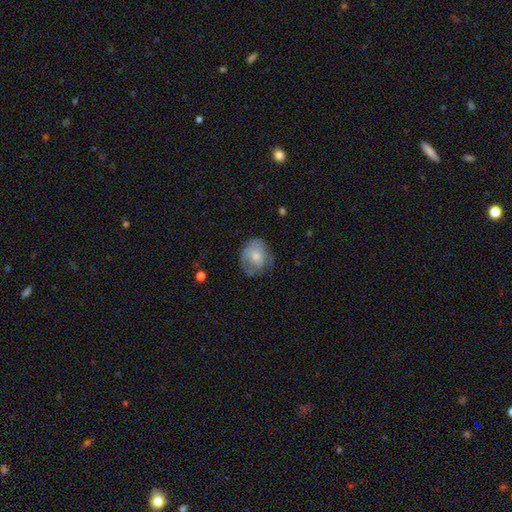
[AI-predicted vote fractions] Smooth or featured?
  - smooth: 59% *
  - featured or disk: 34%
  - star or artifact: 8%
How rounded?
  - round: 56% *
  - in between: 44%
  - cigar-shaped: 1%
Merging?
  - none: 53% *
  - minor disturbance: 29%
  - major disturbance: 16%
  - merger: 2%